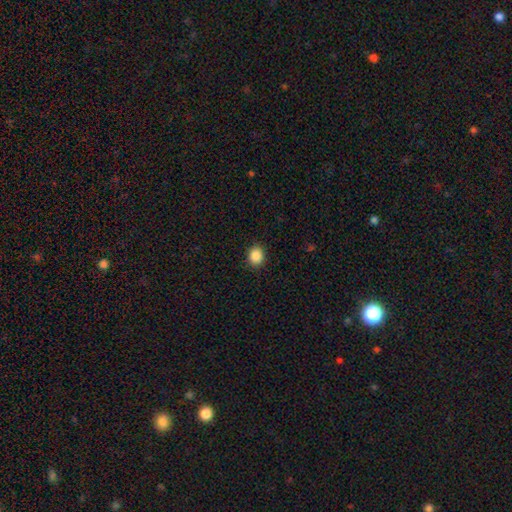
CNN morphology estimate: Smooth or featured?
  - smooth: 87% *
  - star or artifact: 9%
  - featured or disk: 3%
How rounded?
  - round: 66% *
  - in between: 33%
  - cigar-shaped: 1%
Merging?
  - none: 90% *
  - minor disturbance: 7%
  - major disturbance: 2%
  - merger: 1%